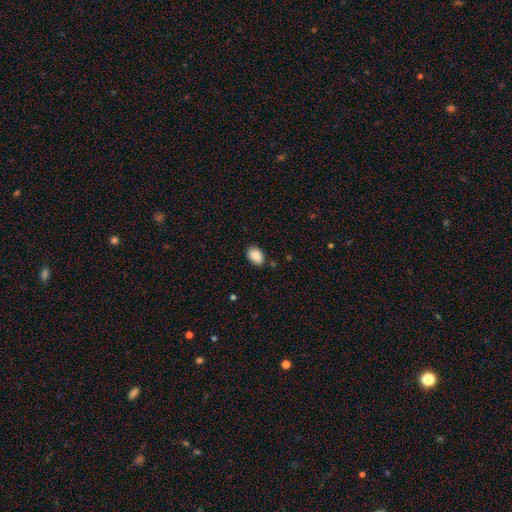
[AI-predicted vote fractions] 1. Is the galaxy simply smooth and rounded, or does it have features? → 90% smooth, 7% star or artifact, 3% featured or disk.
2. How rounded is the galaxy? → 85% in between, 14% round, 1% cigar-shaped.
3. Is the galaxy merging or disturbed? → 83% none, 13% minor disturbance, 2% major disturbance, 1% merger.